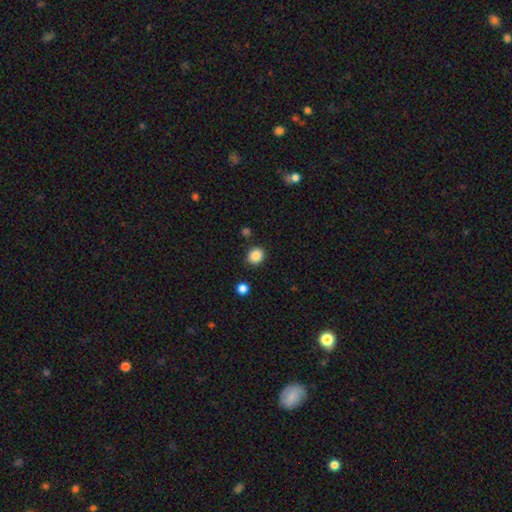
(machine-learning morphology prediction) Q: Smooth or featured?
A: smooth (87%); runner-up: star or artifact (10%)
Q: How rounded?
A: round (80%); runner-up: in between (20%)
Q: Merging?
A: none (87%); runner-up: minor disturbance (8%)